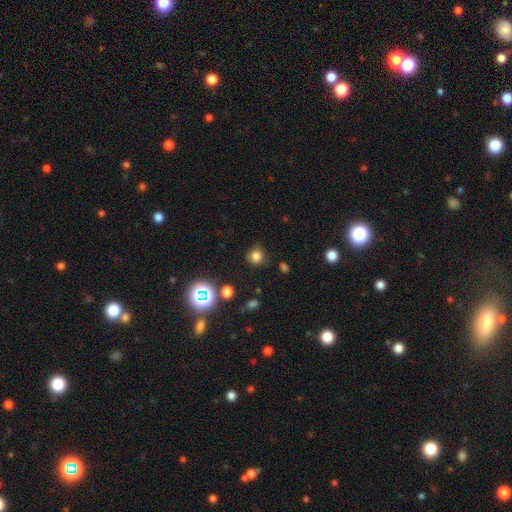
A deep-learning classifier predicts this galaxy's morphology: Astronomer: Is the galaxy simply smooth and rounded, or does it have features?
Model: smooth — 75%.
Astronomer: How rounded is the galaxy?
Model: round — 90%.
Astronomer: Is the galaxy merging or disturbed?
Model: none — 83%.